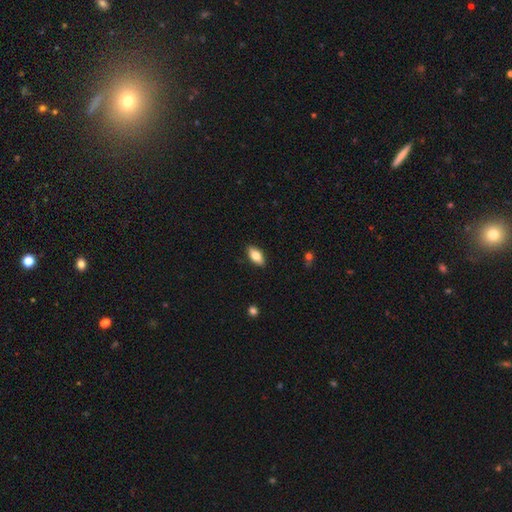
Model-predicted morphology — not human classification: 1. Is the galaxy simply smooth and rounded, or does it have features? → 78% smooth, 15% featured or disk, 7% star or artifact.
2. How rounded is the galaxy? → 90% in between, 8% cigar-shaped, 3% round.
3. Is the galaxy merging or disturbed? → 88% none, 9% minor disturbance, 2% major disturbance, 1% merger.